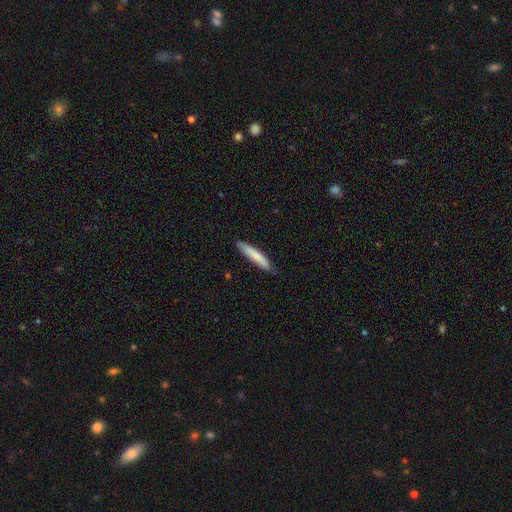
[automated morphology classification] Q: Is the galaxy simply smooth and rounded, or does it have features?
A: smooth — 79%.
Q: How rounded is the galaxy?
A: cigar-shaped — 91%.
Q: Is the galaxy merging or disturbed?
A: none — 82%.